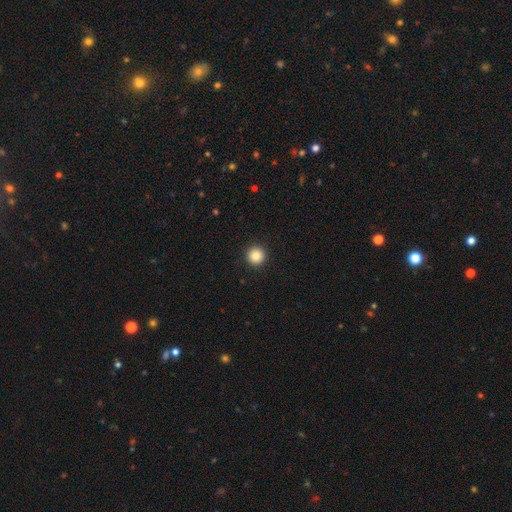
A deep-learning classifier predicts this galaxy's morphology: Smooth or featured?
  - smooth: 85% *
  - star or artifact: 10%
  - featured or disk: 5%
How rounded?
  - round: 96% *
  - in between: 3%
  - cigar-shaped: 1%
Merging?
  - none: 93% *
  - minor disturbance: 4%
  - major disturbance: 2%
  - merger: 1%